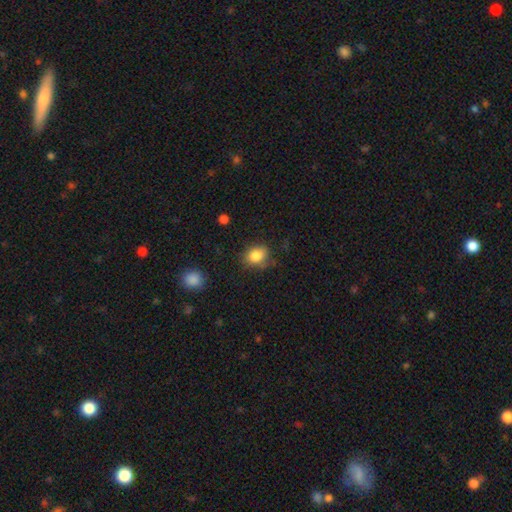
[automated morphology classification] Smooth or featured? Predicted: smooth (p=0.83). How rounded? Predicted: in between (p=0.51). Merging? Predicted: none (p=0.75).